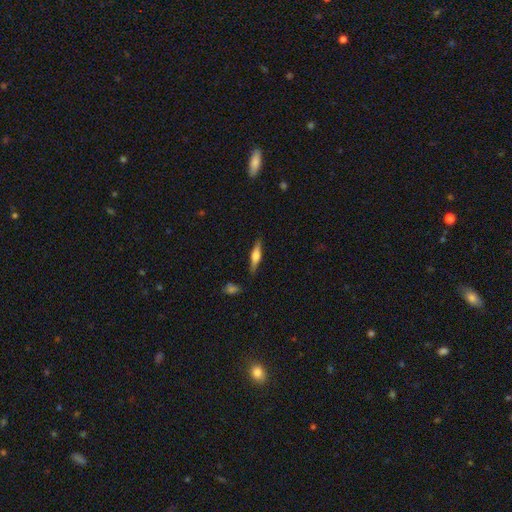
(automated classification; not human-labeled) Smooth or featured? featured or disk (54%)
Edge-on disk? yes (95%)
Edge-on bulge? rounded (85%)
Merging? none (86%)